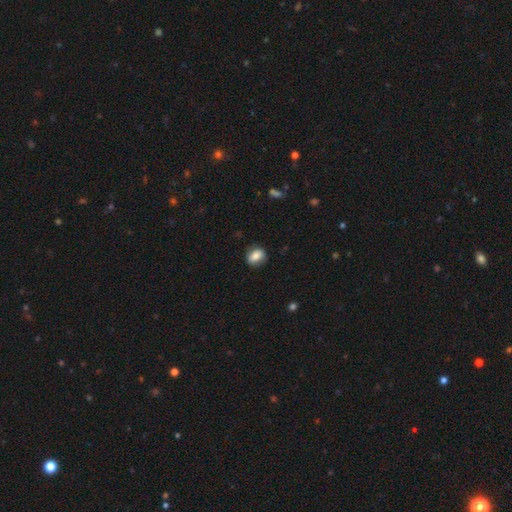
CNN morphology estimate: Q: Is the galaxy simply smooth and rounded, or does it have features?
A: smooth — 79%.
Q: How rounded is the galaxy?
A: in between — 60%.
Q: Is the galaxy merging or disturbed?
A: none — 82%.